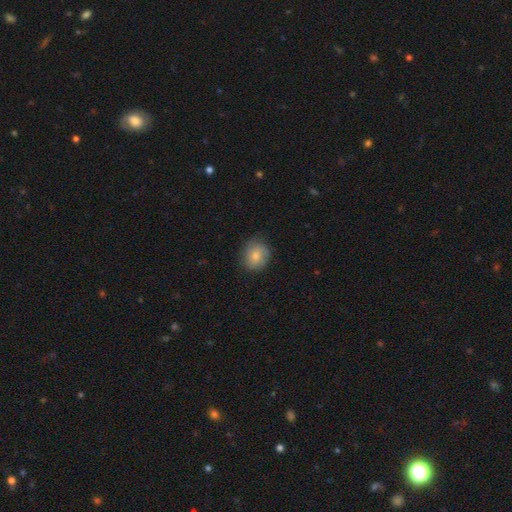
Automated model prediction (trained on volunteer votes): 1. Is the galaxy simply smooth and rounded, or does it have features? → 74% smooth, 18% featured or disk, 7% star or artifact.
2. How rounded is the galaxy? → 74% round, 25% in between, 1% cigar-shaped.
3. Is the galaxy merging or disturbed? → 75% none, 19% minor disturbance, 5% major disturbance, 1% merger.